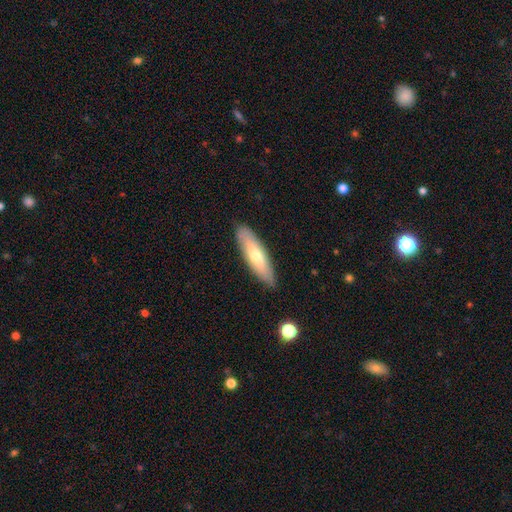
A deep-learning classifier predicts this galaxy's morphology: type=smooth (61%); roundness=cigar-shaped (62%); merging=none (87%).